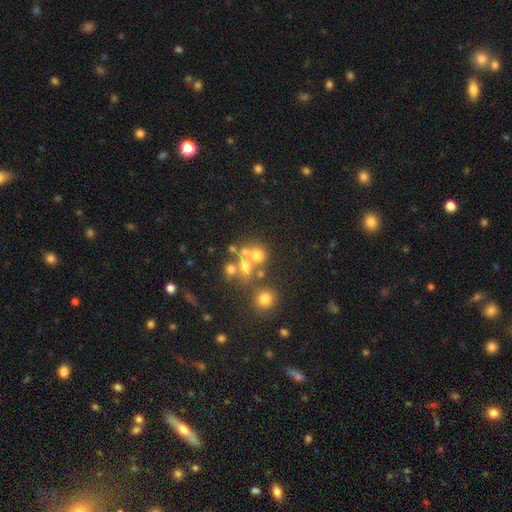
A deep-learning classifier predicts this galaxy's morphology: type=smooth (55%); roundness=round (78%); merging=none (45%).